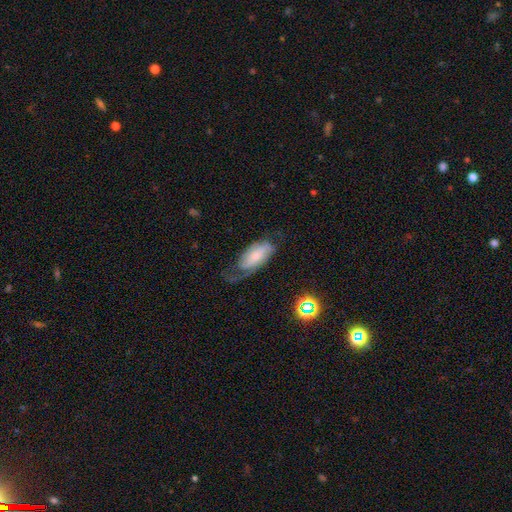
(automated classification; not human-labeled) This is possibly a featured or disk galaxy (52%). It is clearly not viewed edge-on (91%). Merging: marginally none (38%).